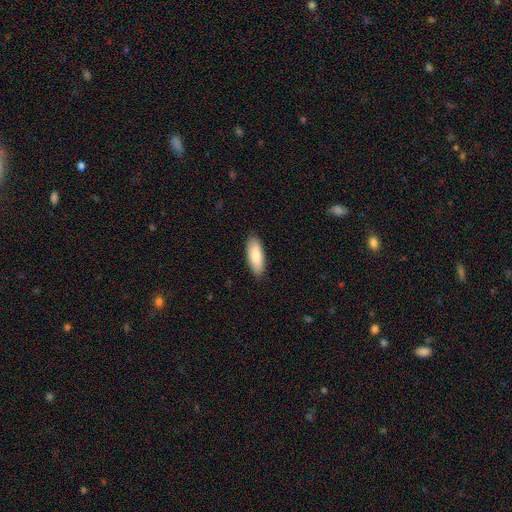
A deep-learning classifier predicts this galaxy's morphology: This is clearly a smooth galaxy (85%). How rounded: likely in between (68%). Merging: clearly none (88%).